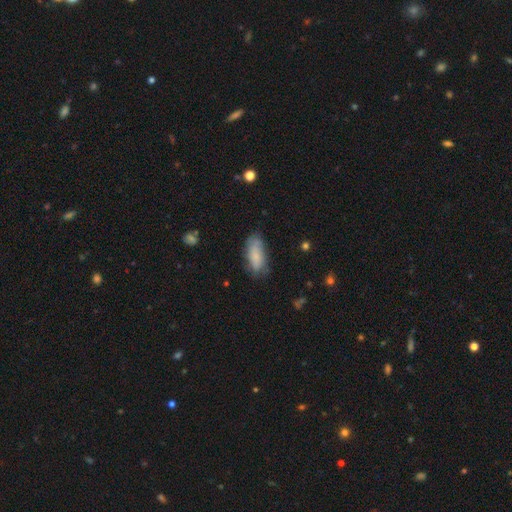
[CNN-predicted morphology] The model was most divided on "merging": none: 64%, minor disturbance: 26%, major disturbance: 8%, merger: 2%. More confident: how rounded — in between (79%); smooth or featured — smooth (77%).